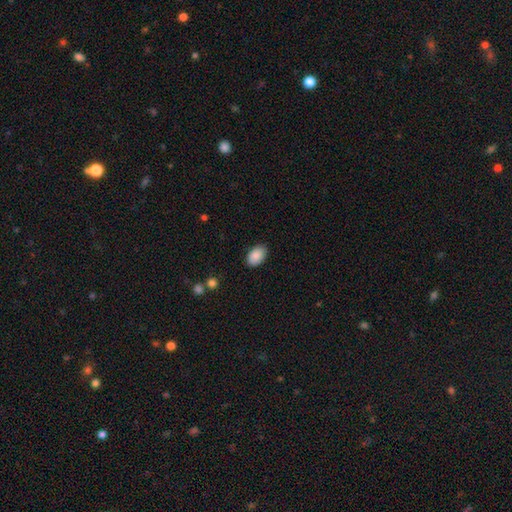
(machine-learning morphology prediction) A smooth galaxy with no disk features (89%) that is in between round and cigar-shaped (91%). Merging: none (85%).